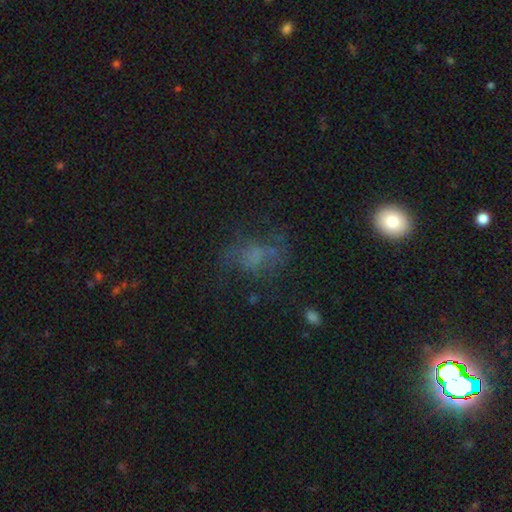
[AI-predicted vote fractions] smooth_or_featured: smooth (p=0.42) [alt: featured or disk p=0.33]
merging: none (p=0.51) [alt: major disturbance p=0.26]